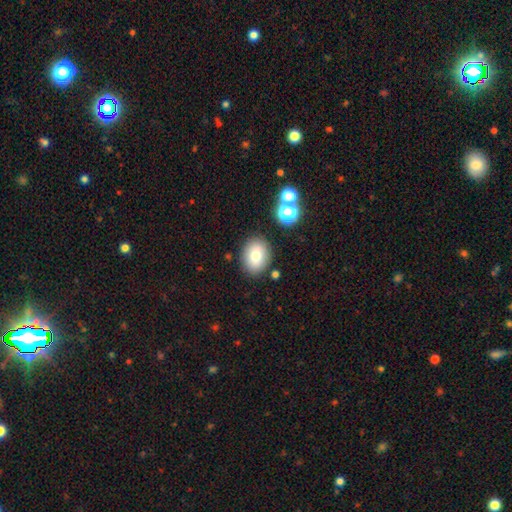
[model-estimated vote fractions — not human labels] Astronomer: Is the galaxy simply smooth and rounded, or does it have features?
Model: smooth — 75%.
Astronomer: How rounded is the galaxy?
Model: in between — 56% (runner-up: round, 43%).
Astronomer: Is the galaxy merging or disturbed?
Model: none — 83%.